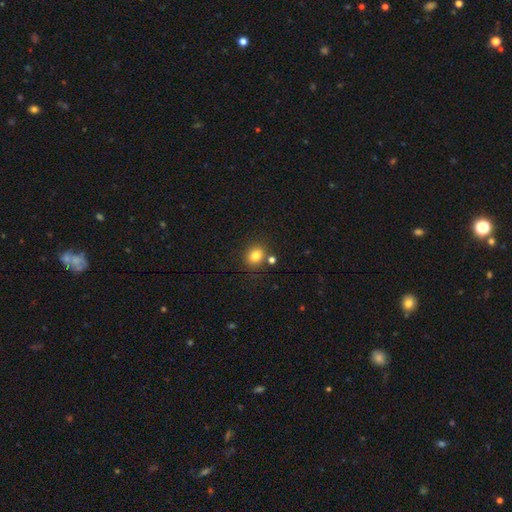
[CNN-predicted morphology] Smooth or featured?
  - smooth: 81% *
  - star or artifact: 12%
  - featured or disk: 7%
How rounded?
  - round: 66% *
  - in between: 33%
  - cigar-shaped: 1%
Merging?
  - none: 78% *
  - minor disturbance: 10%
  - merger: 9%
  - major disturbance: 3%